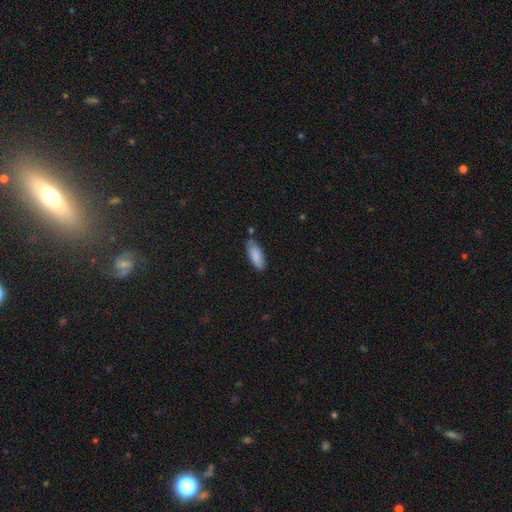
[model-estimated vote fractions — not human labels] A smooth galaxy with no disk features (85%) that is in between round and cigar-shaped (75%). Merging: none (74%).